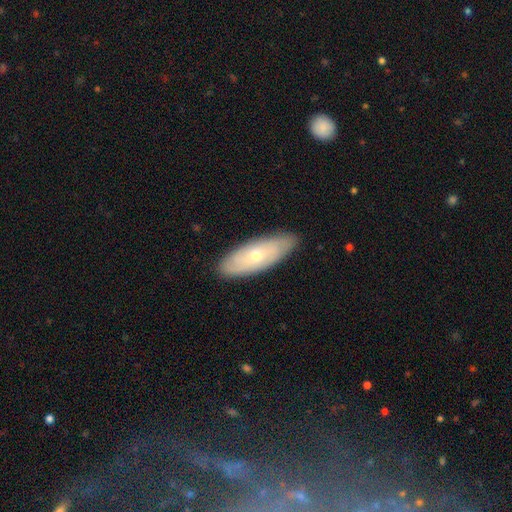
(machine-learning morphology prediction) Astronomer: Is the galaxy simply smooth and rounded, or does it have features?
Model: featured or disk — 48% (runner-up: smooth, 46%).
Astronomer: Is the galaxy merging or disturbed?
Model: none — 85%.